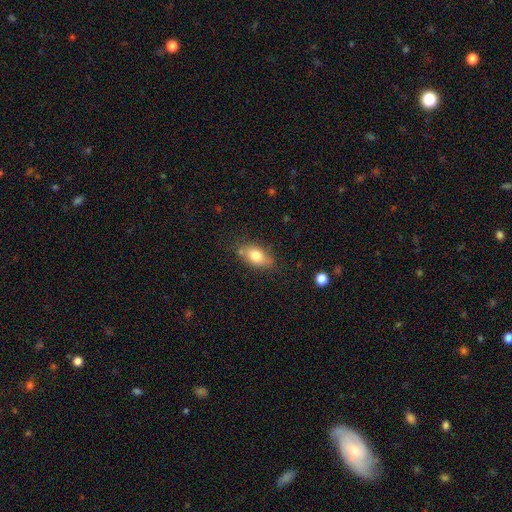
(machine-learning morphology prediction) Overall: smooth (77%). How rounded: in between (83%). Merging: none (73%).